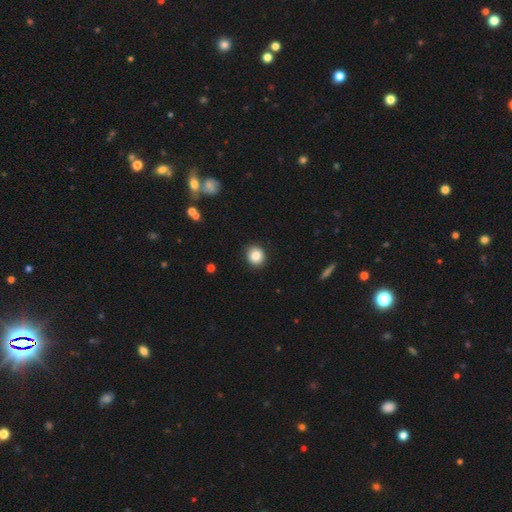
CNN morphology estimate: This appears to be a smooth galaxy with no disk features (85%) that is round (75%). Merging: none (90%).